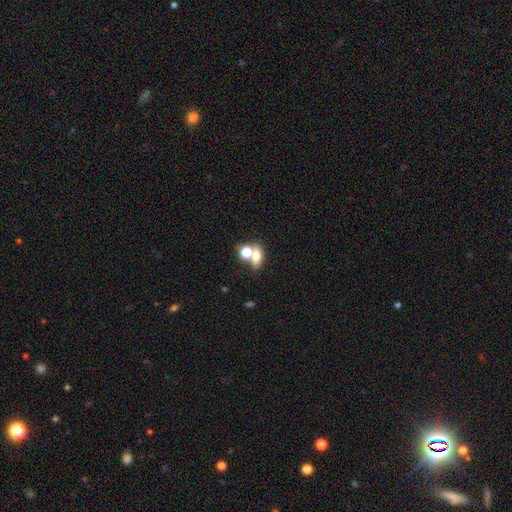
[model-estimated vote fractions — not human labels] Smooth or featured: smooth — 69% (featured or disk — 16%)
How rounded: in between — 67% (round — 25%)
Merging: merger — 44% (none — 42%)